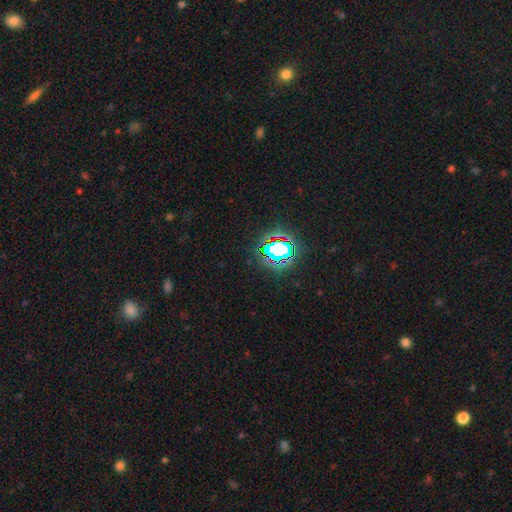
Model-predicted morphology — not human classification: Smooth or featured?
  - star or artifact: 79% *
  - smooth: 13%
  - featured or disk: 8%